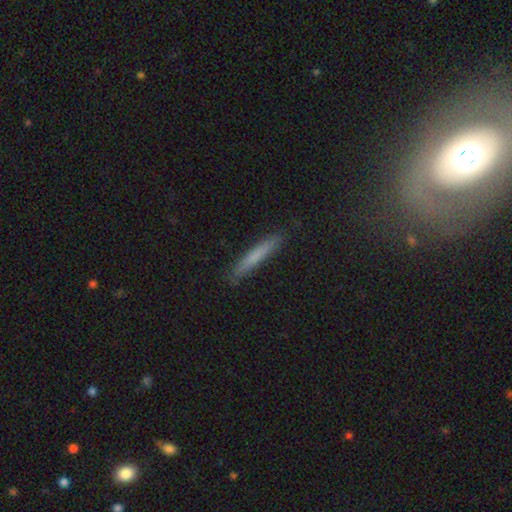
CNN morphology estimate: Q: Smooth or featured?
A: smooth (72%); runner-up: featured or disk (21%)
Q: How rounded?
A: cigar-shaped (95%); runner-up: in between (3%)
Q: Merging?
A: none (88%); runner-up: minor disturbance (9%)